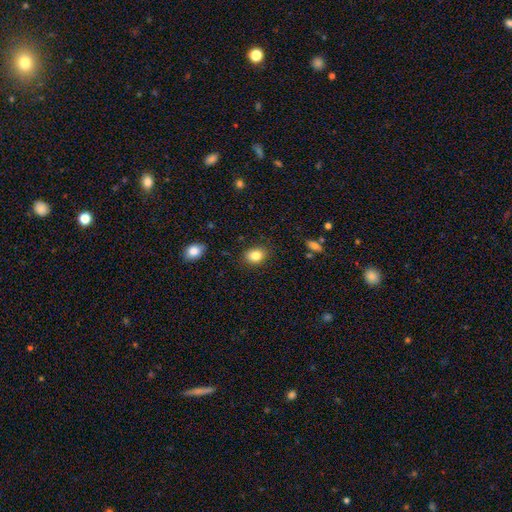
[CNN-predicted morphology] This is clearly a smooth galaxy (85%). How rounded: likely in between (63%). Merging: clearly none (83%).